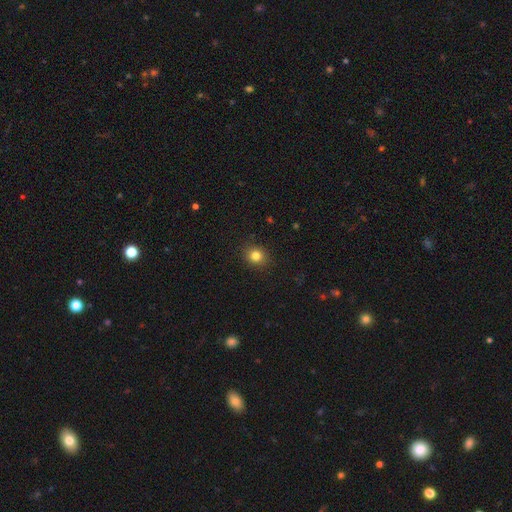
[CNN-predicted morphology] Smooth or featured? smooth (82%)
How rounded? round (74%)
Merging? none (89%)